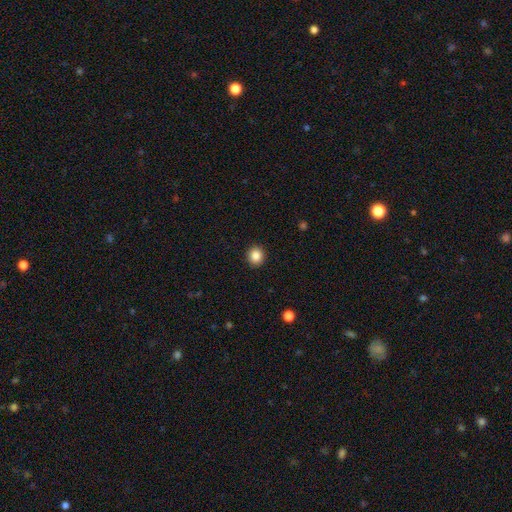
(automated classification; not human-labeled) smooth_or_featured: smooth (p=0.86) [alt: star or artifact p=0.10]
how_rounded: round (p=0.84) [alt: in between p=0.15]
merging: none (p=0.92) [alt: minor disturbance p=0.05]